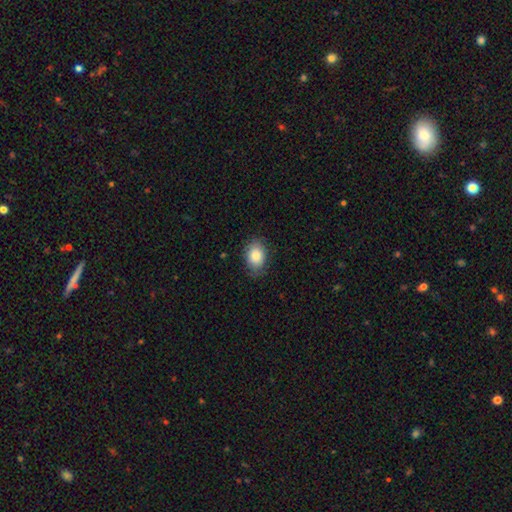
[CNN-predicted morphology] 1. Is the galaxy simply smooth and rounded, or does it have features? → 84% smooth, 8% featured or disk, 7% star or artifact.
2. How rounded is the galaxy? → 76% in between, 23% round, 1% cigar-shaped.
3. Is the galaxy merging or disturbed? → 77% none, 18% minor disturbance, 4% major disturbance, 1% merger.